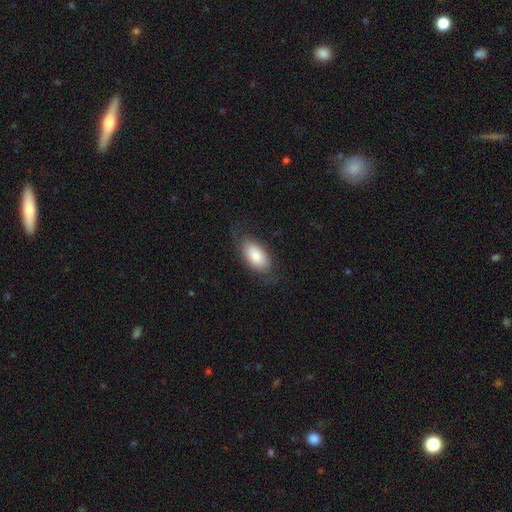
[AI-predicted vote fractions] smooth 75%, featured or disk 19%, star or artifact 6%. Down the decision tree: how rounded — in between (94%); merging — none (67%).